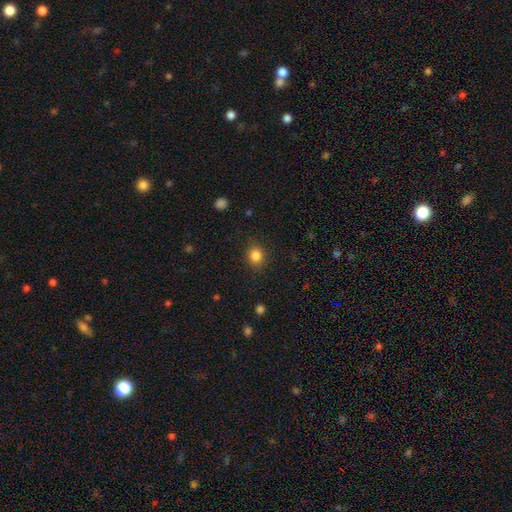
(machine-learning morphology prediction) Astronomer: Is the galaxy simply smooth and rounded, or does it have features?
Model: smooth — 84%.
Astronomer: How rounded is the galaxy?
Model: round — 74%.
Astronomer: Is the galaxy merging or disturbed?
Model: none — 86%.